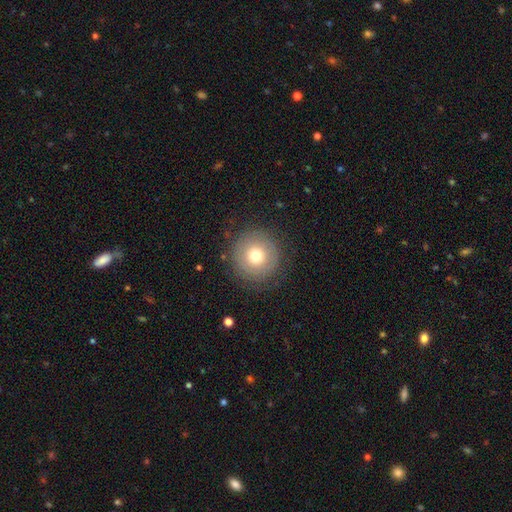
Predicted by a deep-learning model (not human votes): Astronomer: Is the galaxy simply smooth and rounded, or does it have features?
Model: smooth — 66%.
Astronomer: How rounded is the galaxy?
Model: round — 96%.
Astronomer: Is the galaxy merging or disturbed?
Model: none — 83%.